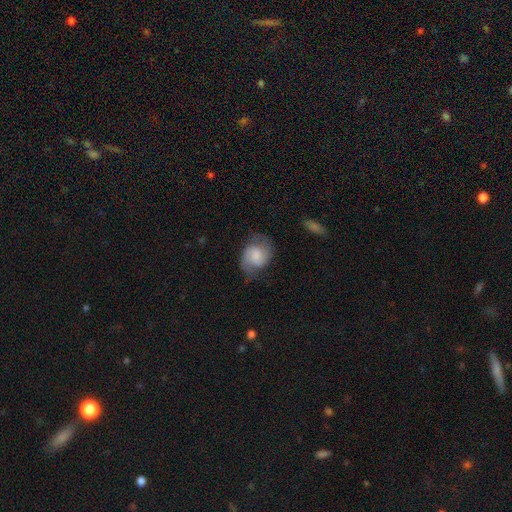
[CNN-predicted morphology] A featured or disk galaxy (58%) with no bar (50%), 2 (87%) medium (49%) spiral arms (91%) and a moderate central bulge (33%). Merging: none (65%).